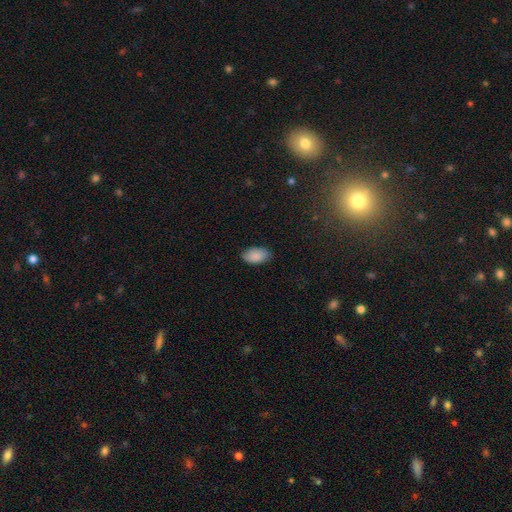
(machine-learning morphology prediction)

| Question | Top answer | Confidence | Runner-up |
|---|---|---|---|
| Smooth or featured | smooth | 89% | star or artifact (6%) |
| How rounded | in between | 94% | round (4%) |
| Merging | none | 85% | minor disturbance (12%) |